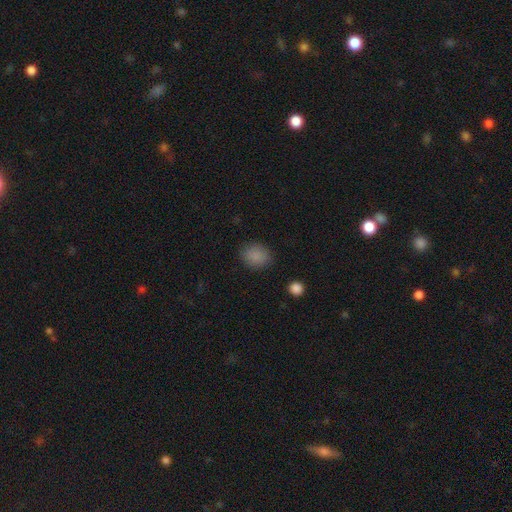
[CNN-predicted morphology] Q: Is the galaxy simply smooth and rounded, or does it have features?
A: smooth — 87%.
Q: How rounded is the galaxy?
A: round — 57%.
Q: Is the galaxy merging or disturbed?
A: none — 86%.